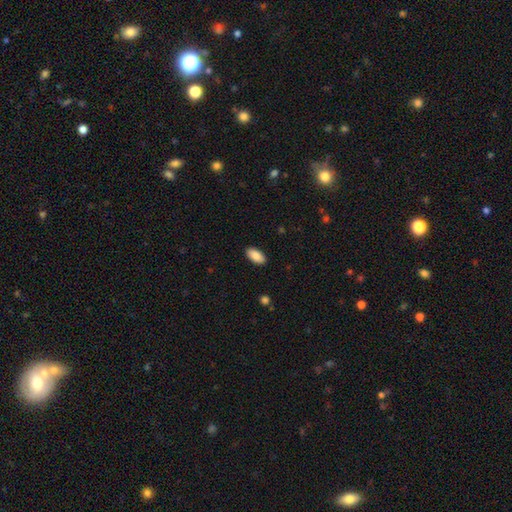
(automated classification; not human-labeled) Overall: smooth (88%). How rounded: in between (93%). Merging: none (90%).